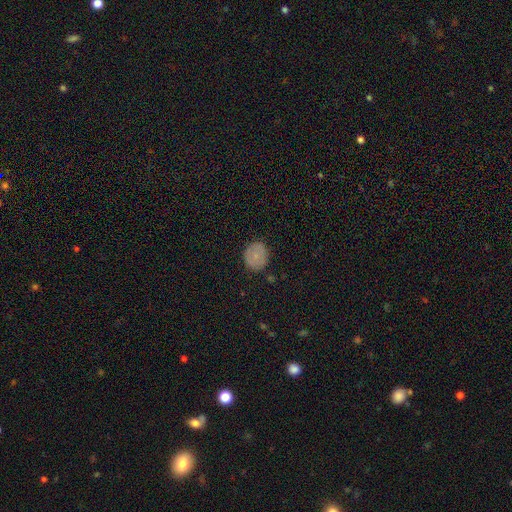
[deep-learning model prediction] A smooth galaxy with no disk features (74%) that is round (76%). Merging: none (84%).